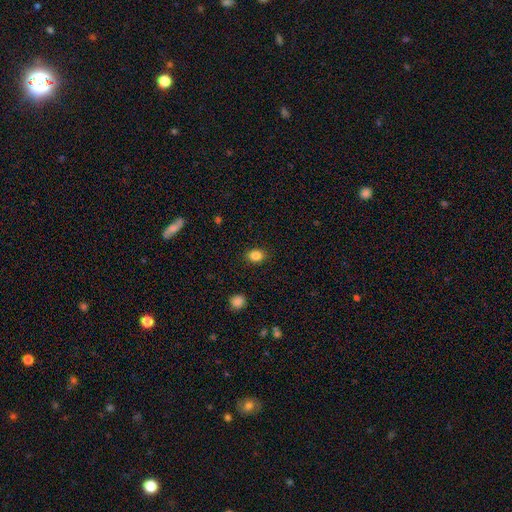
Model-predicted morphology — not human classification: smooth_or_featured: smooth (p=0.85) [alt: star or artifact p=0.10]
how_rounded: in between (p=0.55) [alt: round p=0.44]
merging: none (p=0.88) [alt: minor disturbance p=0.08]